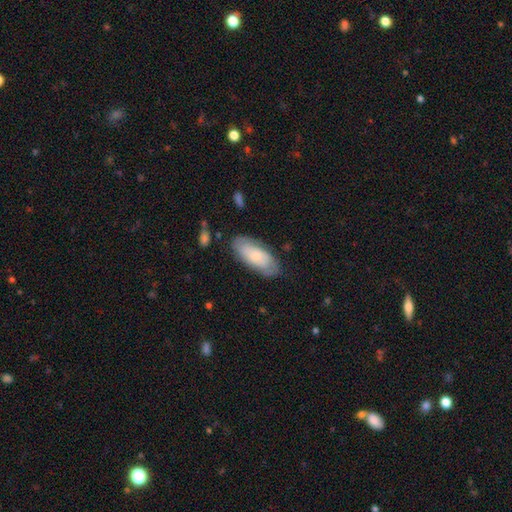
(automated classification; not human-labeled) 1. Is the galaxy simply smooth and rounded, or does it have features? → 67% smooth, 26% featured or disk, 6% star or artifact.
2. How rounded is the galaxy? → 83% in between, 15% cigar-shaped, 2% round.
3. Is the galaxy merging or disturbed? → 77% none, 17% minor disturbance, 4% major disturbance, 2% merger.